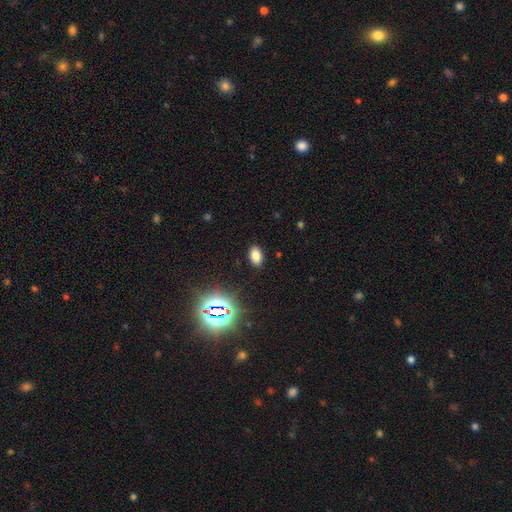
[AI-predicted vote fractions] Smooth or featured? Predicted: smooth (p=0.75). How rounded? Predicted: in between (p=0.91). Merging? Predicted: none (p=0.88).